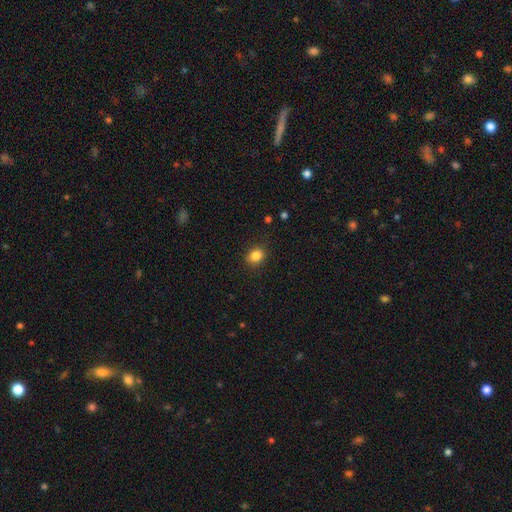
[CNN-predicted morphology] A smooth galaxy with no disk features (85%) that is round (55%).

Vote fractions:
- Smooth or featured? smooth: 85% / star or artifact: 10% / featured or disk: 5%
- How rounded? round: 55% / in between: 44% / cigar-shaped: 1%
- Merging? none: 88% / minor disturbance: 8% / major disturbance: 2% / merger: 1%